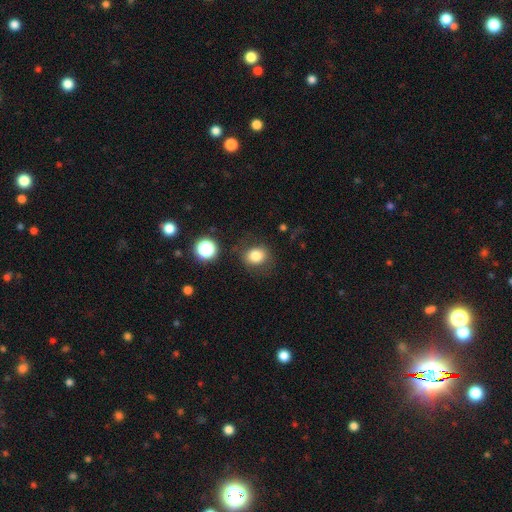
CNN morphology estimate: Smooth or featured: smooth — 80% (star or artifact — 12%)
How rounded: round — 63% (in between — 36%)
Merging: none — 78% (minor disturbance — 14%)